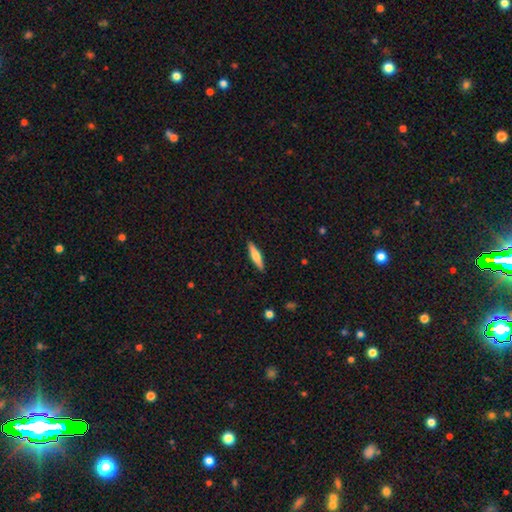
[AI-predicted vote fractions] This is possibly a smooth galaxy (58%). How rounded: clearly cigar-shaped (80%). Merging: clearly none (90%).